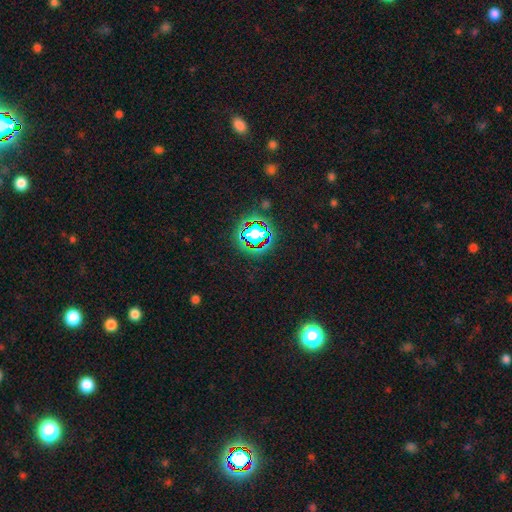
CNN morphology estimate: A star or artifact, not a galaxy (79%).

Vote fractions:
- Smooth or featured? star or artifact: 79% / smooth: 14% / featured or disk: 8%